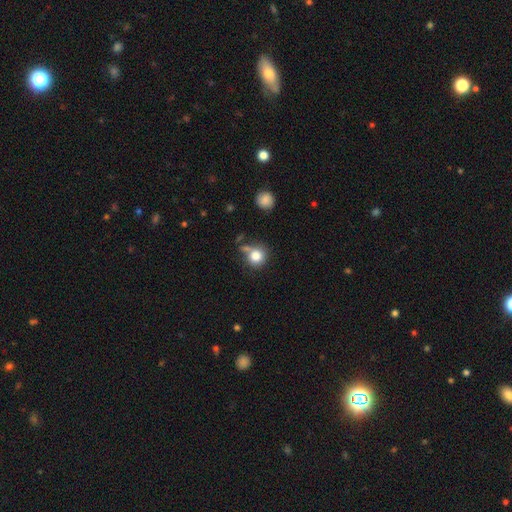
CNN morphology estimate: A smooth galaxy with no disk features (81%) that is round (86%). Merging: none (57%).